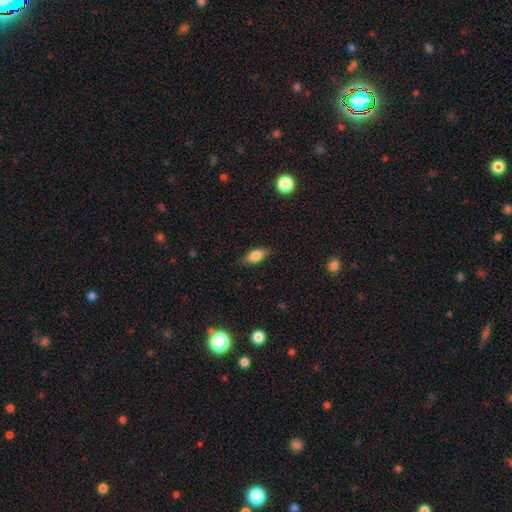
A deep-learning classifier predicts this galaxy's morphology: Smooth or featured? Predicted: smooth (p=0.80). How rounded? Predicted: in between (p=0.85). Merging? Predicted: none (p=0.82).